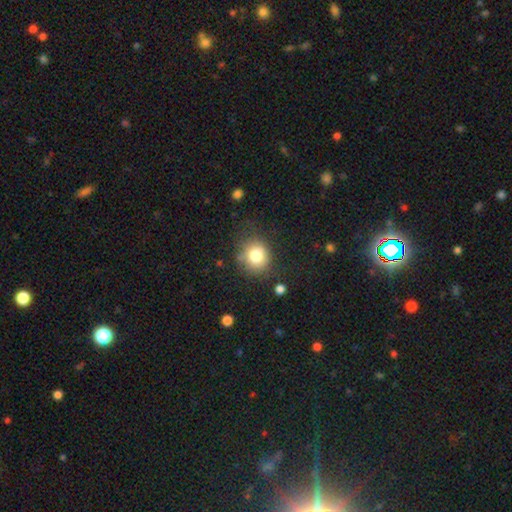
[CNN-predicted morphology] type=smooth (79%); roundness=round (80%); merging=none (74%).